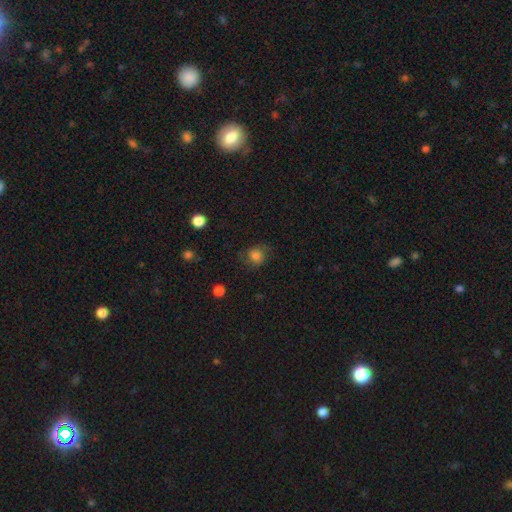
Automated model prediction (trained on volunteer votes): Smooth or featured? smooth (76%)
How rounded? round (71%)
Merging? none (67%)